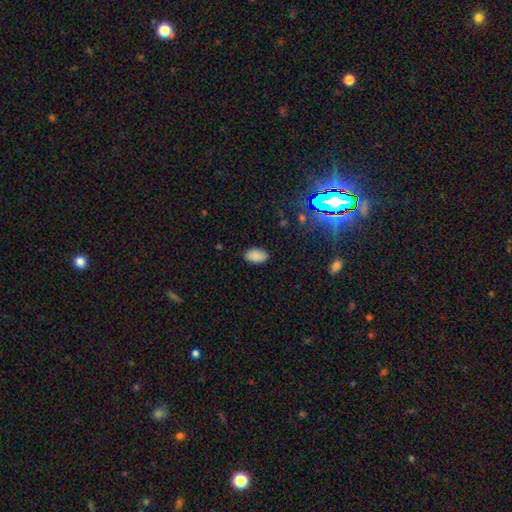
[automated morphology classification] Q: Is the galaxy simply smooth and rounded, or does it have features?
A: smooth — 86%.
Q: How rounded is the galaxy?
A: in between — 93%.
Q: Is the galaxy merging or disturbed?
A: none — 86%.